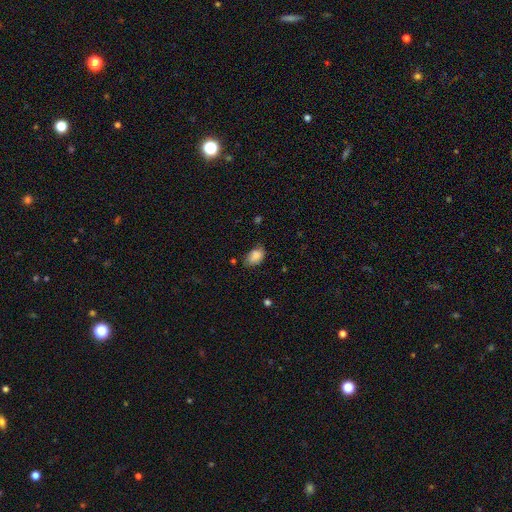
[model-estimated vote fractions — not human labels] A smooth galaxy with no disk features (84%) that is in between round and cigar-shaped (84%). Merging: none (59%).